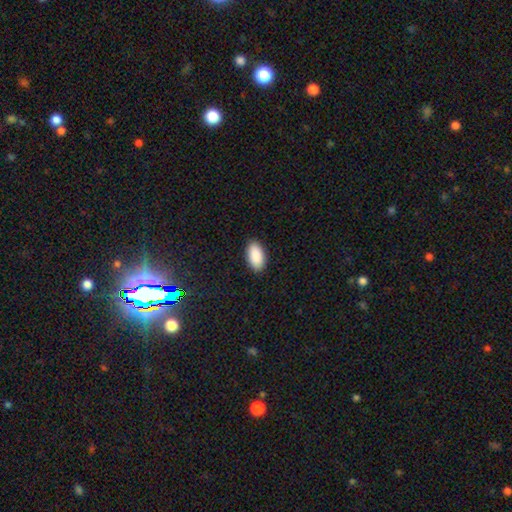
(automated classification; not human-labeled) Smooth or featured?
  - smooth: 91% *
  - star or artifact: 6%
  - featured or disk: 3%
How rounded?
  - in between: 95% *
  - cigar-shaped: 3%
  - round: 2%
Merging?
  - none: 90% *
  - minor disturbance: 7%
  - major disturbance: 2%
  - merger: 1%